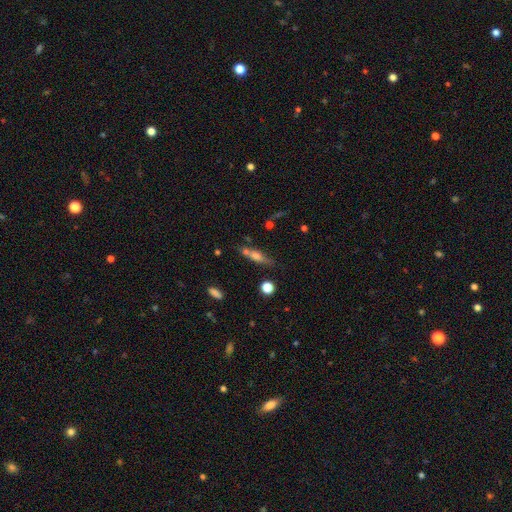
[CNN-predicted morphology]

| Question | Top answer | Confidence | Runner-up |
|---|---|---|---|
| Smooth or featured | smooth | 57% | featured or disk (33%) |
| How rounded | cigar-shaped | 61% | in between (33%) |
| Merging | none | 56% | minor disturbance (18%) |